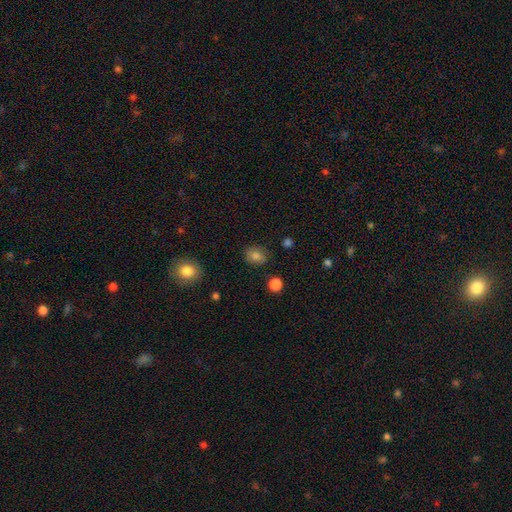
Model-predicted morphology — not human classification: Smooth or featured: smooth — 82% (star or artifact — 11%)
How rounded: in between — 50% (round — 49%)
Merging: none — 81% (minor disturbance — 14%)